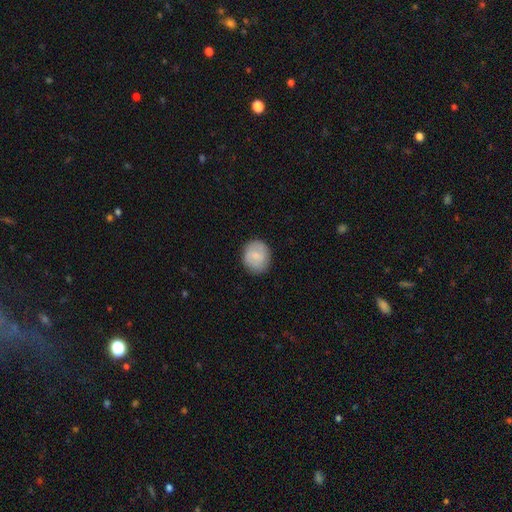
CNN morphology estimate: The model was most divided on "smooth or featured": smooth: 71%, featured or disk: 22%, star or artifact: 7%. More confident: merging — none (85%); how rounded — round (77%).